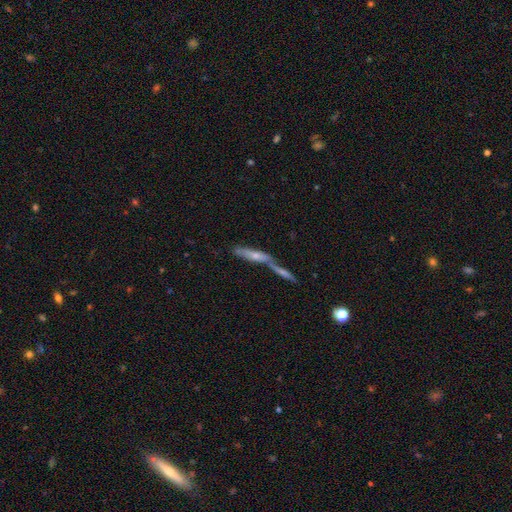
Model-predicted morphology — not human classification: A featured or disk galaxy (53%) viewed edge-on (70%).

Vote fractions:
- Smooth or featured? featured or disk: 53% / smooth: 37% / star or artifact: 10%
- Edge-on disk? yes: 70% / no: 30%
- Merging? merger: 53% / none: 33% / minor disturbance: 9% / major disturbance: 5%